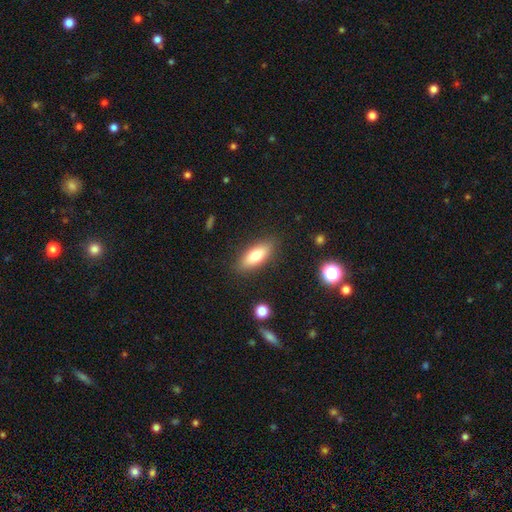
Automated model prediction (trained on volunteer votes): Smooth or featured? smooth (73%)
How rounded? in between (70%)
Merging? none (86%)